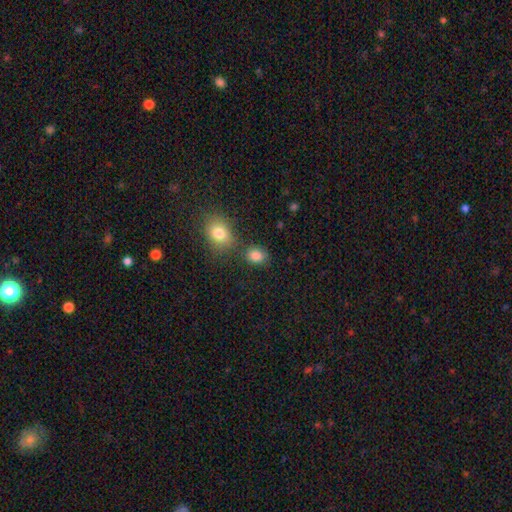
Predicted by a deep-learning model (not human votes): smooth_or_featured: smooth (p=0.84) [alt: star or artifact p=0.11]
how_rounded: in between (p=0.52) [alt: round p=0.47]
merging: none (p=0.71) [alt: minor disturbance p=0.14]